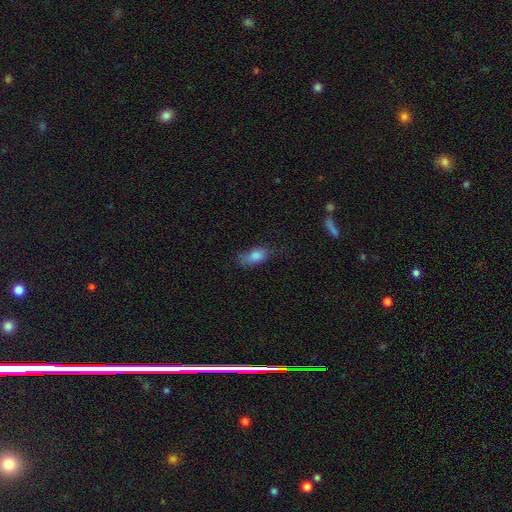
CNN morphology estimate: A smooth galaxy with no disk features (81%) that is in between round and cigar-shaped (84%). Merging: none (50%).